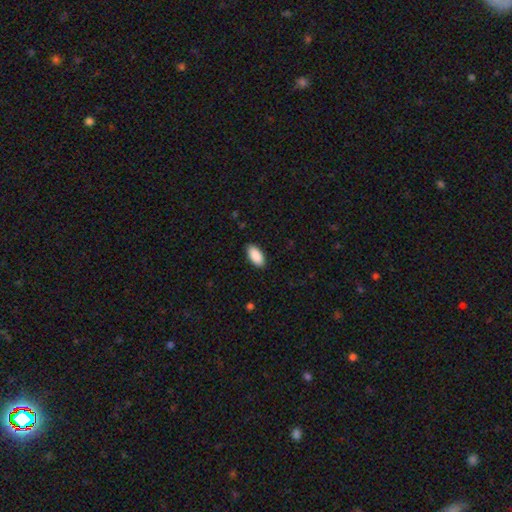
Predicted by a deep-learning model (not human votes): smooth_or_featured: smooth (p=0.91) [alt: star or artifact p=0.06]
how_rounded: in between (p=0.95) [alt: cigar-shaped p=0.04]
merging: none (p=0.89) [alt: minor disturbance p=0.08]